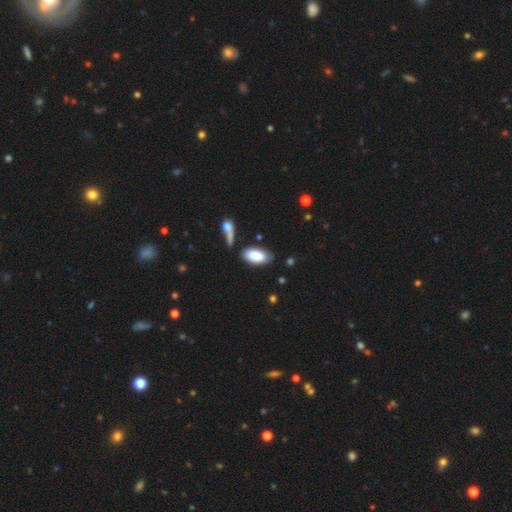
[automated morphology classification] Smooth or featured?
  - smooth: 85% *
  - featured or disk: 9%
  - star or artifact: 6%
How rounded?
  - in between: 94% *
  - cigar-shaped: 4%
  - round: 2%
Merging?
  - none: 68% *
  - minor disturbance: 17%
  - merger: 10%
  - major disturbance: 5%